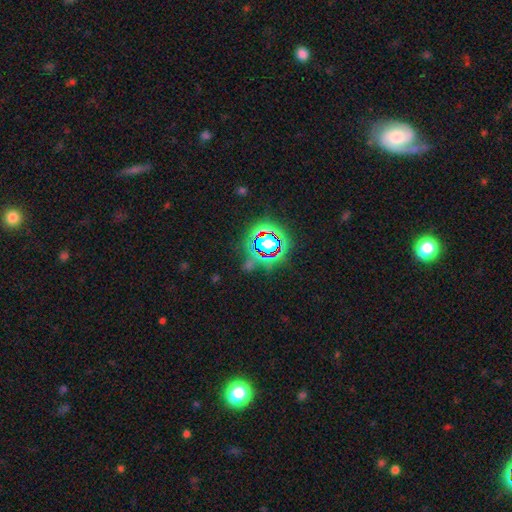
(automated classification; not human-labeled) The model was most divided on "smooth or featured": star or artifact: 78%, smooth: 13%, featured or disk: 10%.